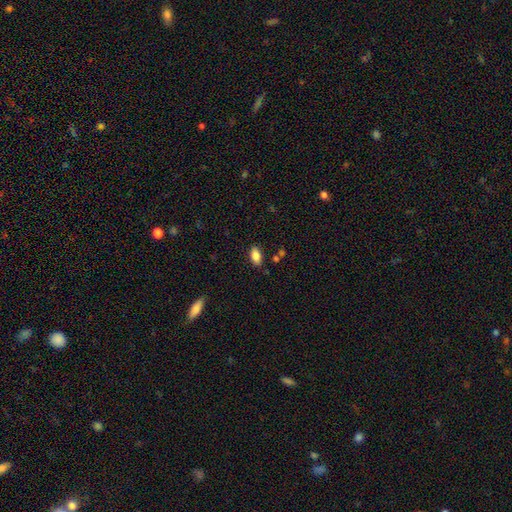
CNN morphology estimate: Smooth or featured? Predicted: smooth (p=0.85). How rounded? Predicted: in between (p=0.91). Merging? Predicted: none (p=0.84).